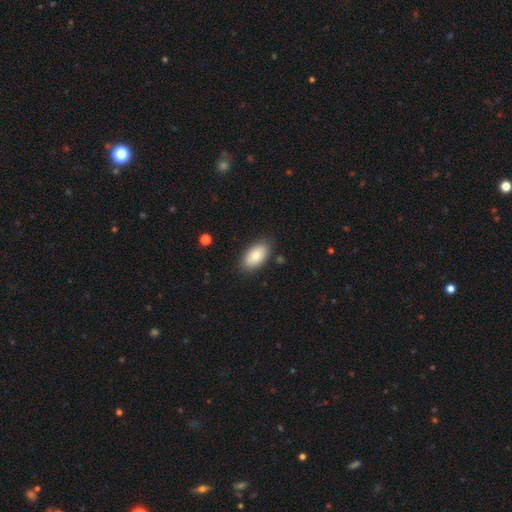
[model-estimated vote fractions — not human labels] Morphology: type=smooth (85%); roundness=in between (95%); merging=none (85%).